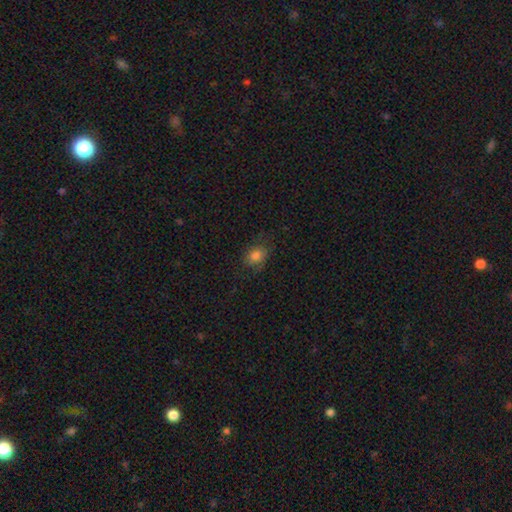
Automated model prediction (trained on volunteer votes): Overall: smooth (80%). How rounded: in between (61%; round 38%). Merging: none (70%).